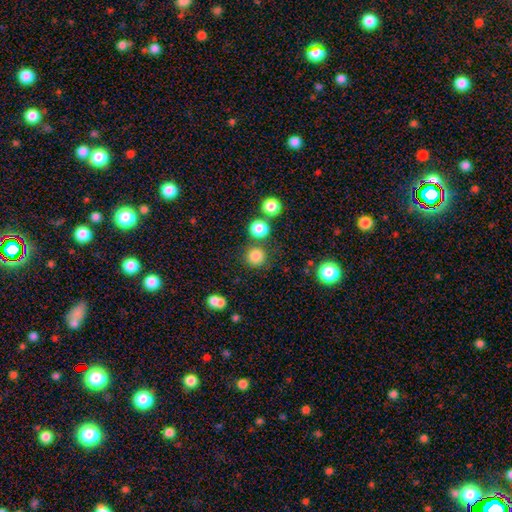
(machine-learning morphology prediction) Smooth or featured? smooth (82%)
How rounded? round (93%)
Merging? none (80%)